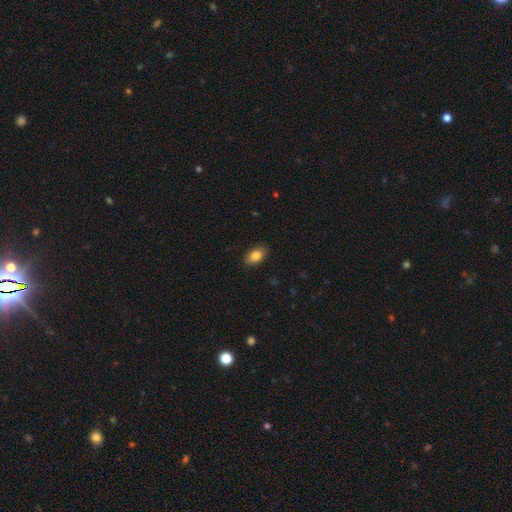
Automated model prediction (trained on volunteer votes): smooth 85%, featured or disk 8%, star or artifact 8%. Down the decision tree: how rounded — in between (91%); merging — none (88%).